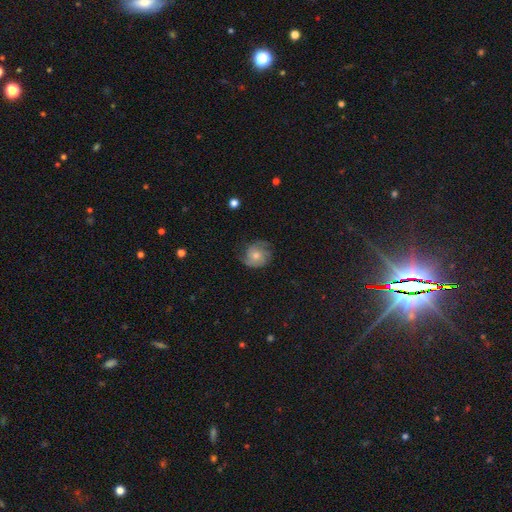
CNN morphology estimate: Smooth or featured? Predicted: featured or disk (p=0.64). Edge-on disk? Predicted: no (p=0.97). Bar? Predicted: no (p=0.79). Spiral arms? Predicted: yes (p=0.91). Spiral winding? Predicted: tight (p=0.44). Spiral arm count? Predicted: 2 (p=0.38). Bulge size? Predicted: moderate (p=0.53). Merging? Predicted: none (p=0.68).